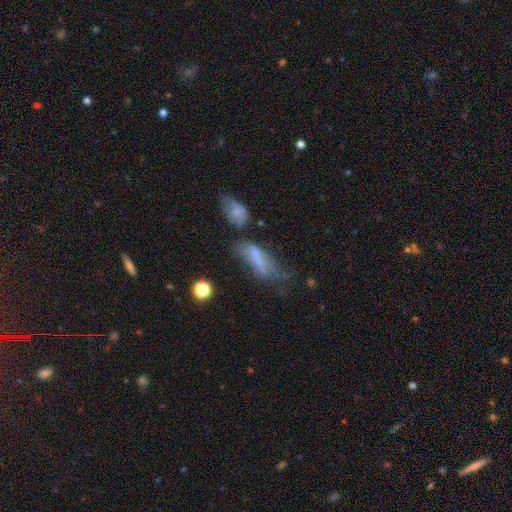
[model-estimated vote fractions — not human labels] Smooth or featured: smooth — 50% (featured or disk — 34%)
Merging: none — 29% (major disturbance — 27%)